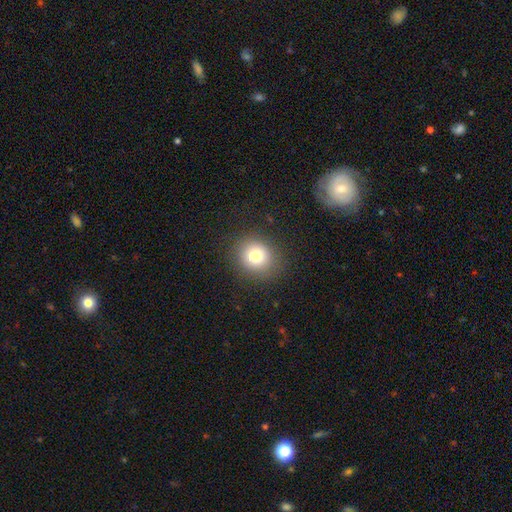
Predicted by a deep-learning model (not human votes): A smooth galaxy with no disk features (79%) that is round (76%).

Vote fractions:
- Smooth or featured? smooth: 79% / star or artifact: 12% / featured or disk: 9%
- How rounded? round: 76% / in between: 23% / cigar-shaped: 1%
- Merging? none: 86% / minor disturbance: 9% / major disturbance: 4% / merger: 1%